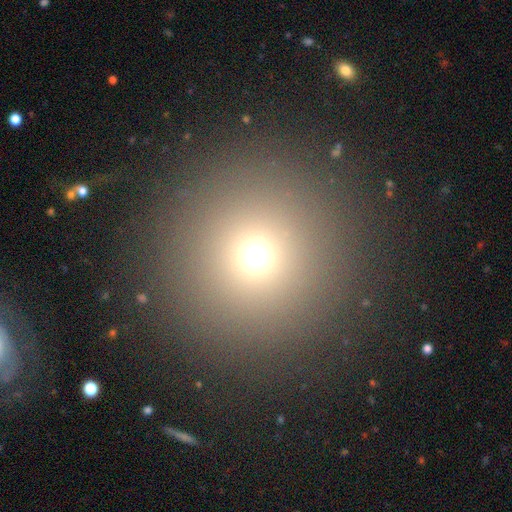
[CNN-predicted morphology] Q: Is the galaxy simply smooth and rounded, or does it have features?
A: smooth — 67%.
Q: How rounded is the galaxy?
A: round — 96%.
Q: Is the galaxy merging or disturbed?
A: none — 91%.